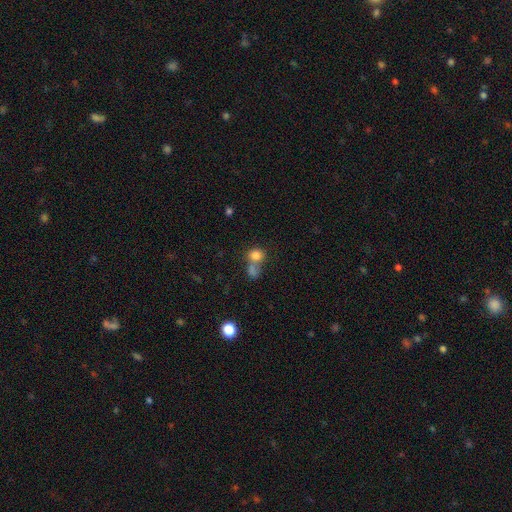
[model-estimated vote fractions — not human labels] Overall: smooth (79%). How rounded: round (77%). Merging: merger (46%; none 40%).